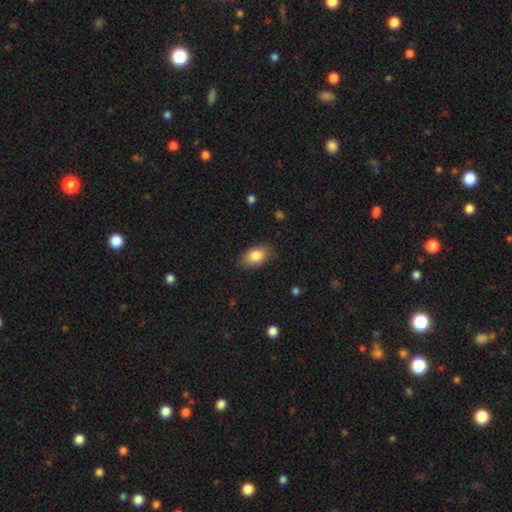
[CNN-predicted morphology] The model was most divided on "merging": none: 82%, minor disturbance: 14%, major disturbance: 3%, merger: 1%. More confident: how rounded — in between (90%); smooth or featured — smooth (83%).